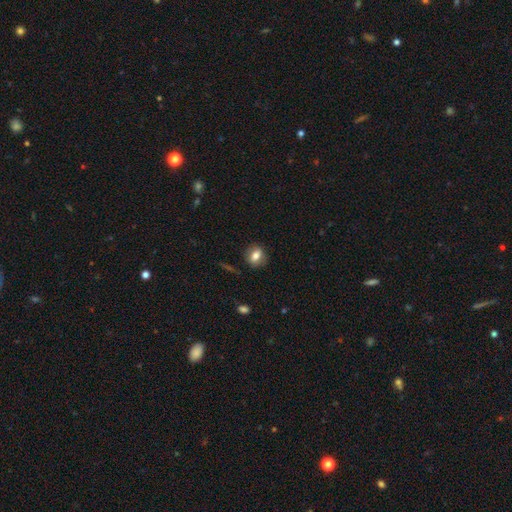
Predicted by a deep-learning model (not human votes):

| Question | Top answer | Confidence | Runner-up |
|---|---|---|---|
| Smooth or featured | smooth | 73% | featured or disk (18%) |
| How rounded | round | 57% | in between (42%) |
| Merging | none | 84% | minor disturbance (11%) |